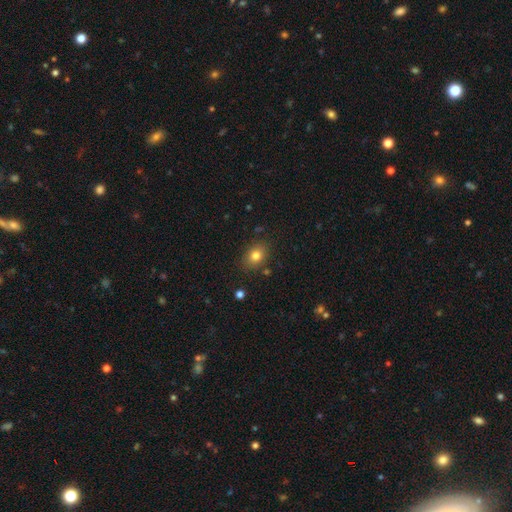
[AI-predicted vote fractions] Smooth or featured?
  - smooth: 79% *
  - star or artifact: 11%
  - featured or disk: 9%
How rounded?
  - in between: 65% *
  - round: 33%
  - cigar-shaped: 1%
Merging?
  - none: 83% *
  - minor disturbance: 11%
  - major disturbance: 3%
  - merger: 3%